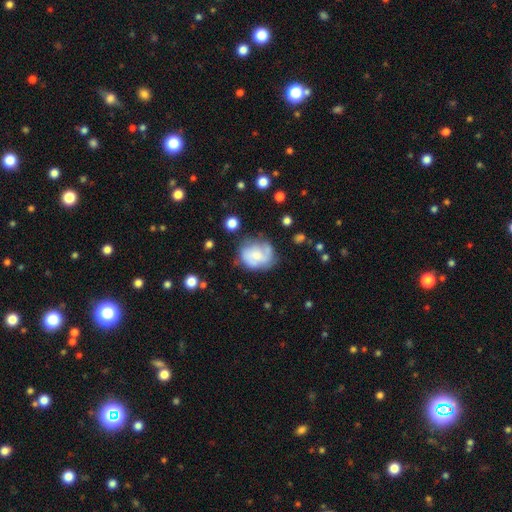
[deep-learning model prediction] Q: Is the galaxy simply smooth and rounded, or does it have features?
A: featured or disk — 50%.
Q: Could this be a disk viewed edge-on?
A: no — 97%.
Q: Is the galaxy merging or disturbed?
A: none — 51%.